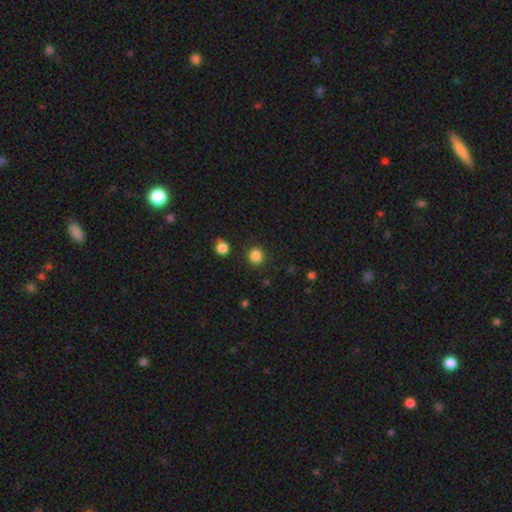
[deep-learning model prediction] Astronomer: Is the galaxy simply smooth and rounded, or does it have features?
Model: smooth — 84%.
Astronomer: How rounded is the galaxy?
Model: round — 90%.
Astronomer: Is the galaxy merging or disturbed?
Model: none — 89%.